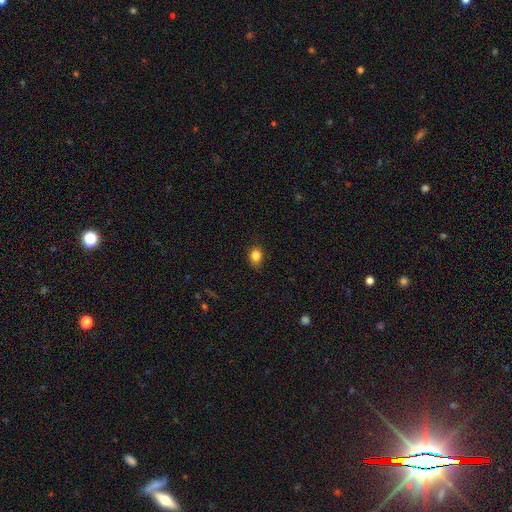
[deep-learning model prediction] Smooth or featured? Predicted: smooth (p=0.84). How rounded? Predicted: in between (p=0.53). Merging? Predicted: none (p=0.86).